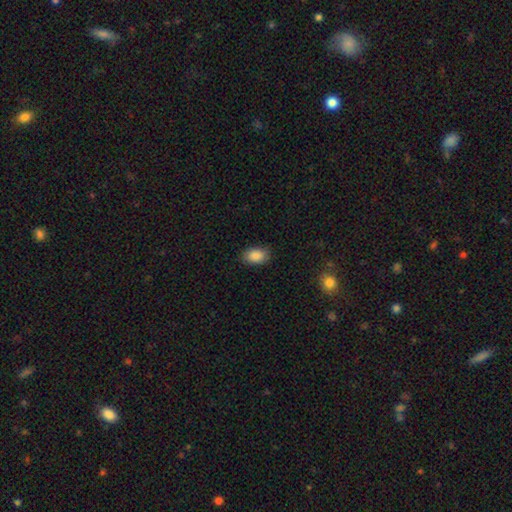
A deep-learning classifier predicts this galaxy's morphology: smooth_or_featured: smooth (p=0.89) [alt: star or artifact p=0.07]
how_rounded: in between (p=0.89) [alt: round p=0.10]
merging: none (p=0.85) [alt: minor disturbance p=0.11]